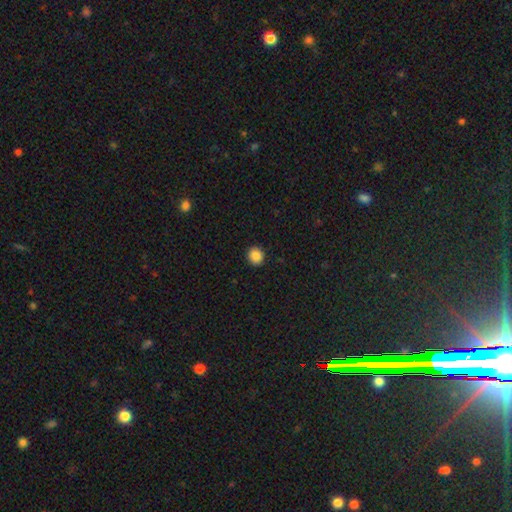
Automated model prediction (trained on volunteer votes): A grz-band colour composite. It shows a smooth galaxy with no disk features (86%) that is round (82%). Merging: none (92%).